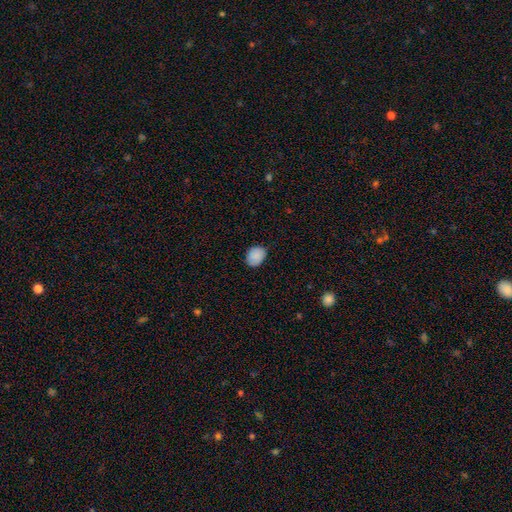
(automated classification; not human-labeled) Smooth or featured: smooth — 87% (star or artifact — 7%)
How rounded: in between — 53% (round — 46%)
Merging: none — 82% (minor disturbance — 15%)